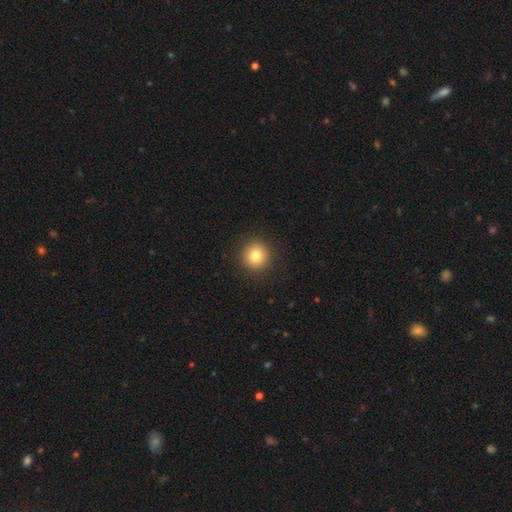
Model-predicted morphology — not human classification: Smooth or featured: smooth — 80% (star or artifact — 11%)
How rounded: round — 95% (in between — 4%)
Merging: none — 92% (minor disturbance — 5%)